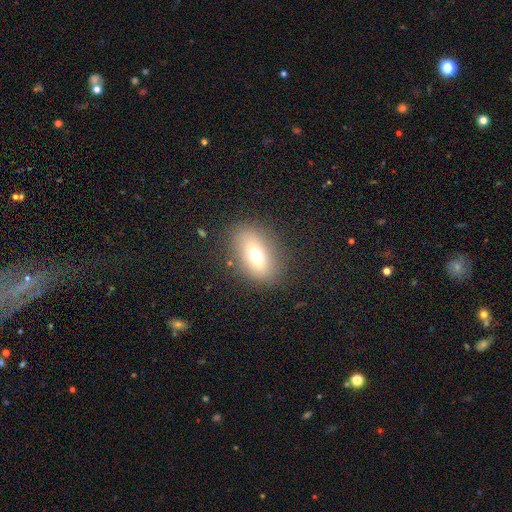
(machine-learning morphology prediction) Overall: smooth (68%). How rounded: in between (77%). Merging: none (82%).